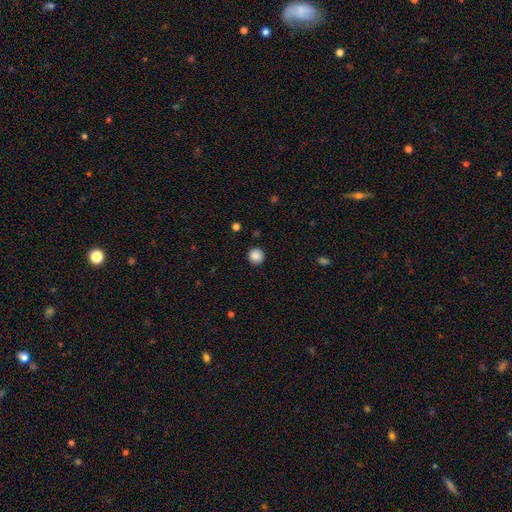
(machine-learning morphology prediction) Q: Smooth or featured?
A: smooth (87%); runner-up: star or artifact (9%)
Q: How rounded?
A: round (93%); runner-up: in between (6%)
Q: Merging?
A: none (91%); runner-up: minor disturbance (6%)